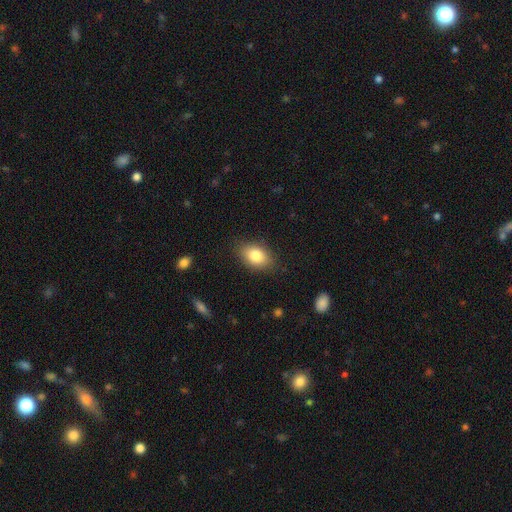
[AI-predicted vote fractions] Smooth or featured: smooth — 82% (featured or disk — 10%)
How rounded: in between — 85% (round — 13%)
Merging: none — 84% (minor disturbance — 12%)